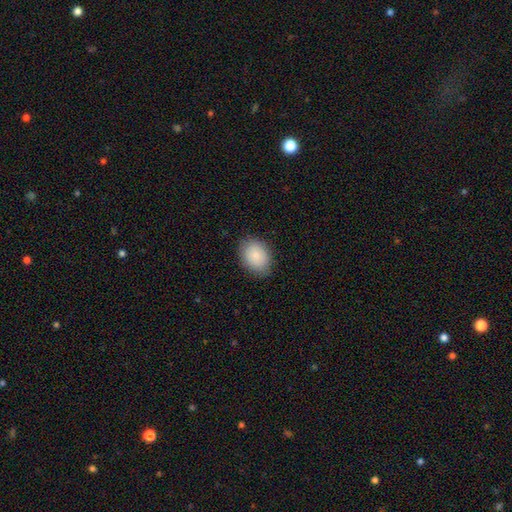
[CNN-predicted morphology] Smooth or featured: smooth — 87% (star or artifact — 7%)
How rounded: in between — 70% (round — 29%)
Merging: none — 84% (minor disturbance — 12%)